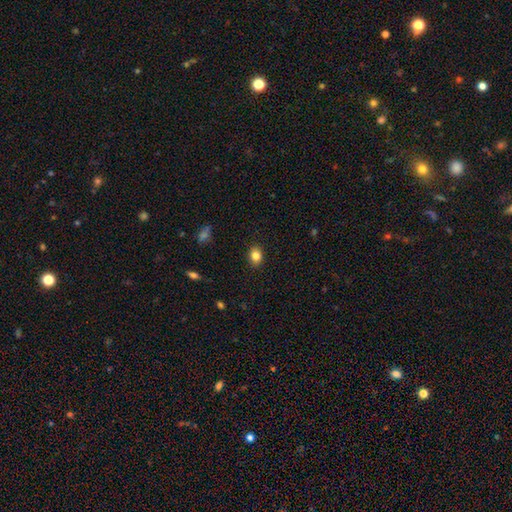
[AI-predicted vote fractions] Q: Smooth or featured?
A: smooth (84%); runner-up: star or artifact (10%)
Q: How rounded?
A: in between (55%); runner-up: round (44%)
Q: Merging?
A: none (89%); runner-up: minor disturbance (8%)